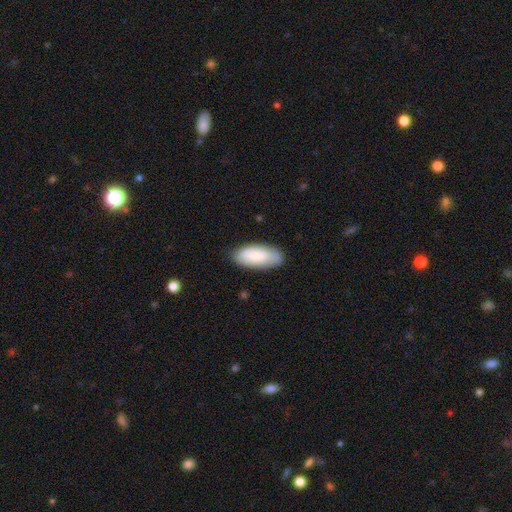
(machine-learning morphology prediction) This is clearly a smooth galaxy (85%). How rounded: clearly in between (87%). Merging: clearly none (81%).